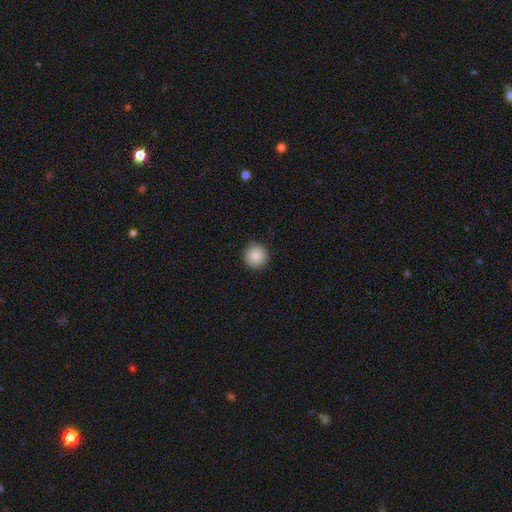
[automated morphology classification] A smooth galaxy with no disk features (87%) that is round (96%).

Vote fractions:
- Smooth or featured? smooth: 87% / star or artifact: 9% / featured or disk: 4%
- How rounded? round: 96% / in between: 3% / cigar-shaped: 1%
- Merging? none: 92% / minor disturbance: 5% / major disturbance: 2% / merger: 1%